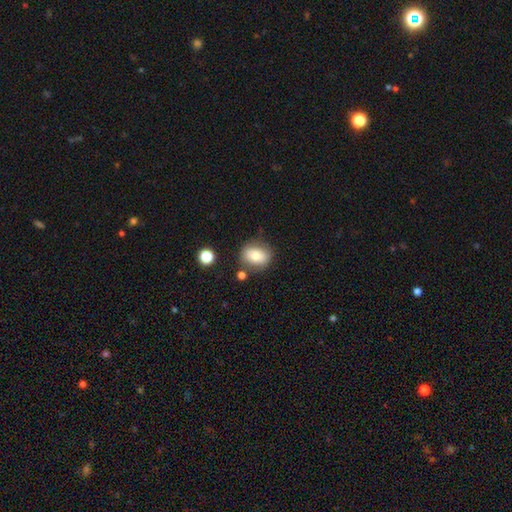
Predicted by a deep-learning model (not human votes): smooth-or-featured: smooth: 74% | featured or disk: 17% | star or artifact: 10%
  how-rounded: in between: 51% | round: 48% | cigar-shaped: 1%
  merging: none: 74% | minor disturbance: 15% | merger: 7% | major disturbance: 5%